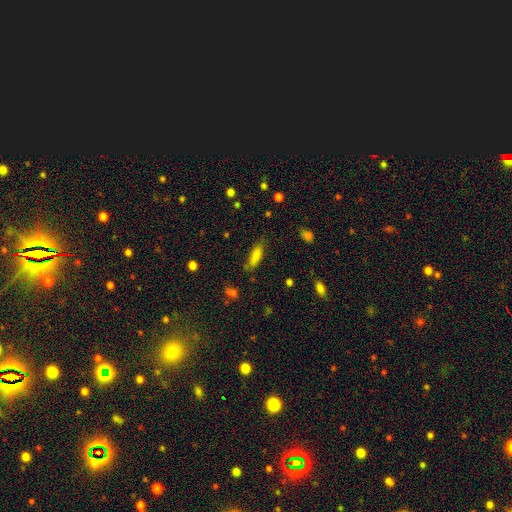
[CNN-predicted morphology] This appears to be a smooth galaxy with no disk features (81%) that is in between round and cigar-shaped (54%). Merging: none (73%).